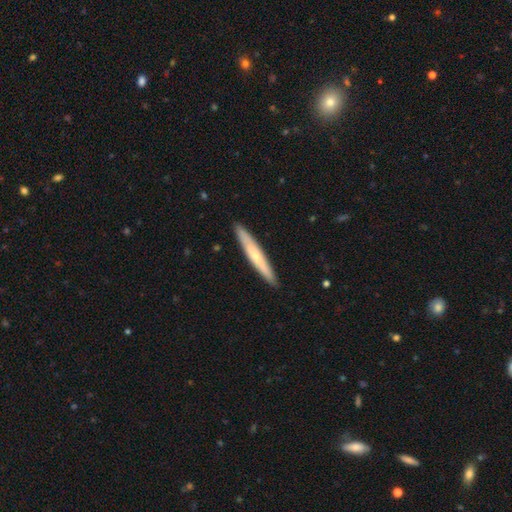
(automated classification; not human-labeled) smooth-or-featured: smooth: 52% | featured or disk: 43% | star or artifact: 5%
  how-rounded: cigar-shaped: 95% | in between: 3% | round: 1%
  merging: none: 91% | minor disturbance: 7% | major disturbance: 1% | merger: 1%